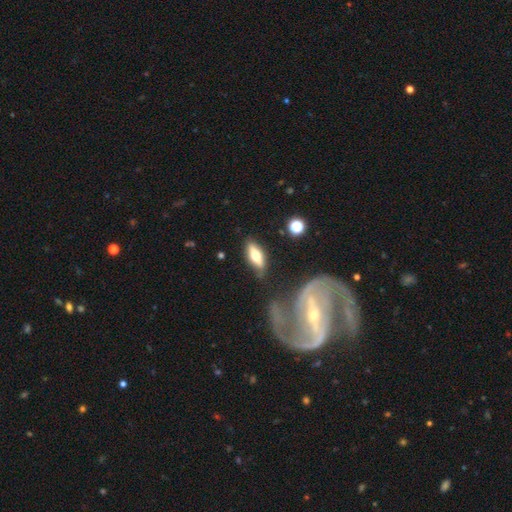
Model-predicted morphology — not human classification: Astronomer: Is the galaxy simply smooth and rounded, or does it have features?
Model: smooth — 50% (runner-up: featured or disk, 43%).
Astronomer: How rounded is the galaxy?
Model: in between — 59% (runner-up: cigar-shaped, 38%).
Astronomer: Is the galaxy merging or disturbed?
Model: none — 74%.